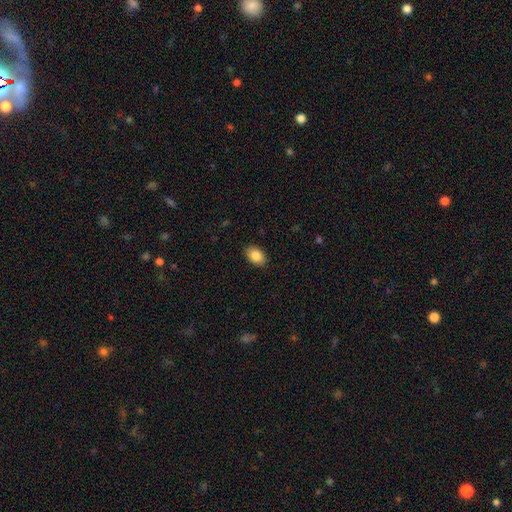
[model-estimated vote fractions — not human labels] smooth 87%, star or artifact 7%, featured or disk 6%. Down the decision tree: how rounded — in between (85%); merging — none (88%).